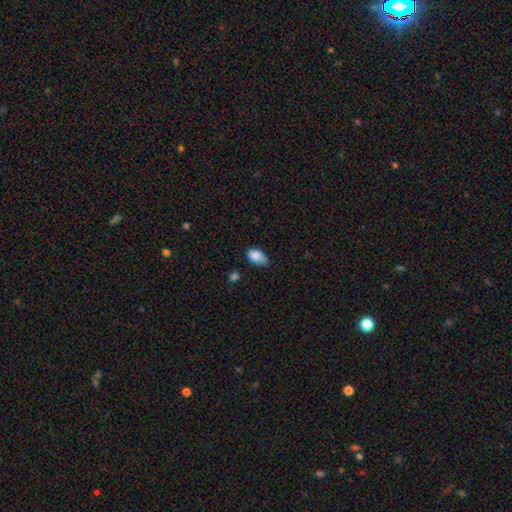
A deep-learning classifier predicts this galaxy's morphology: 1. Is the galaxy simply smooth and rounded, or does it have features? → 81% smooth, 11% featured or disk, 8% star or artifact.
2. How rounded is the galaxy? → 90% in between, 8% round, 2% cigar-shaped.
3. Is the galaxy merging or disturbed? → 42% none (tied), 42% minor disturbance (tied), 13% major disturbance, 4% merger.